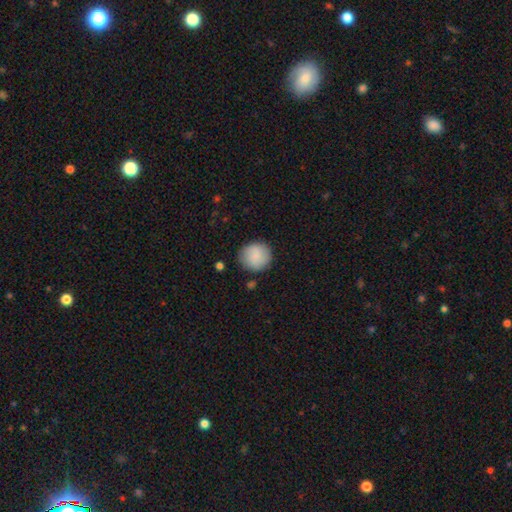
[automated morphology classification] type=smooth (86%); roundness=round (91%); merging=none (84%).